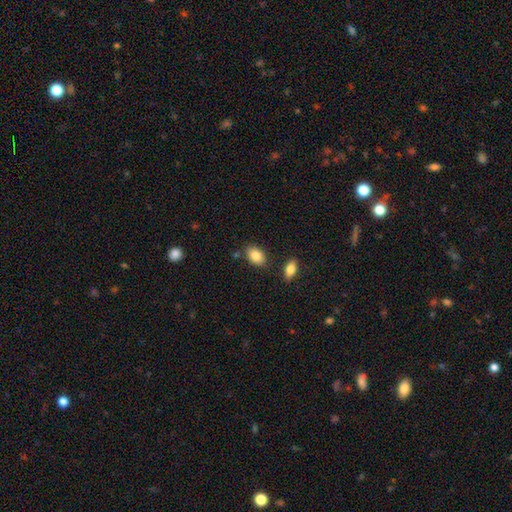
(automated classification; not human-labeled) The model was most divided on "merging": none: 79%, minor disturbance: 12%, merger: 6%, major disturbance: 3%. More confident: how rounded — in between (87%); smooth or featured — smooth (85%).